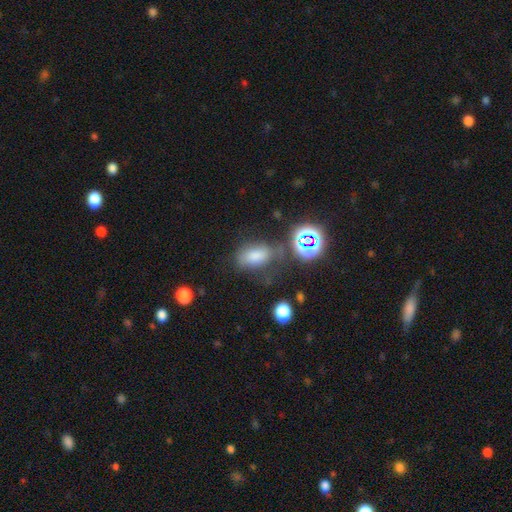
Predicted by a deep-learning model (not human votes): Morphology: type=smooth (72%); roundness=in between (85%); merging=none (57%).